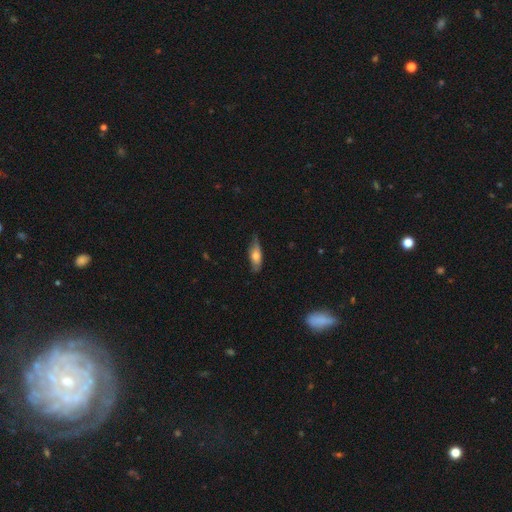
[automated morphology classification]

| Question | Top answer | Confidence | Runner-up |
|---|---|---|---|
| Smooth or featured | smooth | 63% | featured or disk (31%) |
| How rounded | in between | 58% | cigar-shaped (40%) |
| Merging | none | 71% | minor disturbance (24%) |